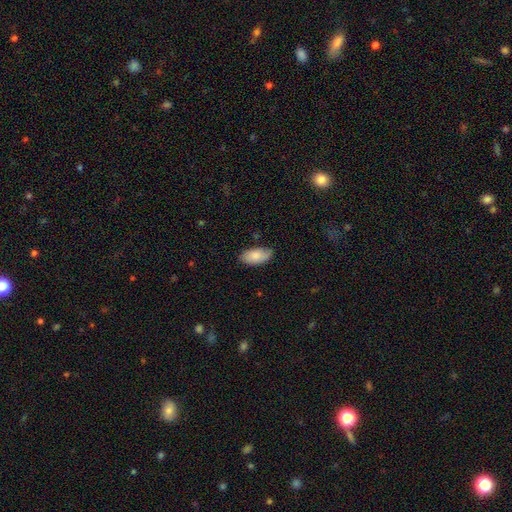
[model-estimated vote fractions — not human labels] A smooth galaxy with no disk features (82%) that is in between round and cigar-shaped (94%). Merging: none (79%).